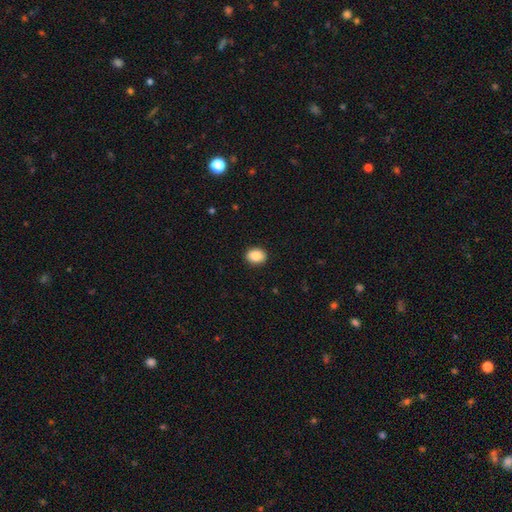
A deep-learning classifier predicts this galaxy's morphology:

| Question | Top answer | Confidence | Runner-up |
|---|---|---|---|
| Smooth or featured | smooth | 88% | star or artifact (8%) |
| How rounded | in between | 57% | round (42%) |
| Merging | none | 91% | minor disturbance (6%) |